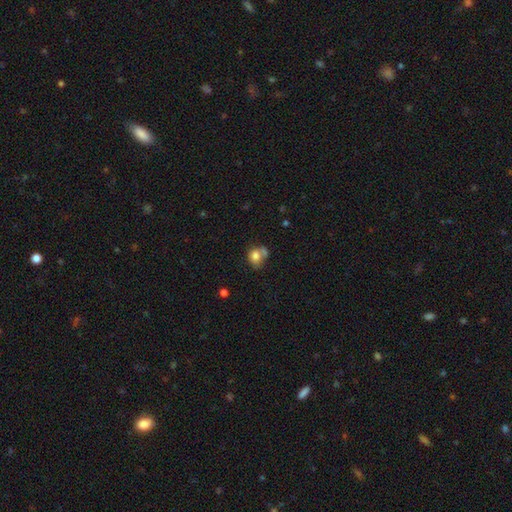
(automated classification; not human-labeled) Q: Smooth or featured?
A: smooth (77%); runner-up: featured or disk (13%)
Q: How rounded?
A: round (59%); runner-up: in between (40%)
Q: Merging?
A: none (38%); runner-up: merger (34%)